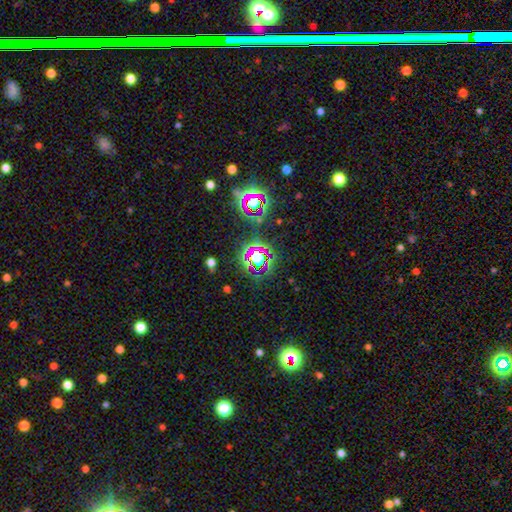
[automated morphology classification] A star or artifact, not a galaxy (67%).

Vote fractions:
- Smooth or featured? star or artifact: 67% / smooth: 21% / featured or disk: 11%